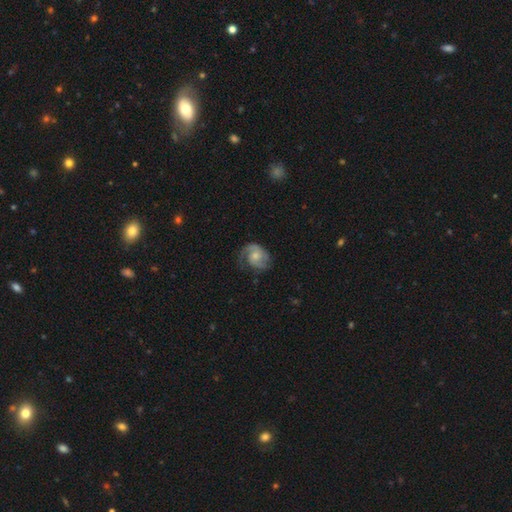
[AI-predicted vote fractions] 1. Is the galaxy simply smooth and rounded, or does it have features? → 77% featured or disk, 17% smooth, 6% star or artifact.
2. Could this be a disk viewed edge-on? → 98% no, 2% yes.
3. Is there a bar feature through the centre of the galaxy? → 67% no, 29% weak, 4% strong.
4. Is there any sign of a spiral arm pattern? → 95% yes, 5% no.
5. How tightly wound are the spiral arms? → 46% medium, 35% tight, 19% loose.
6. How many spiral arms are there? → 65% 2, 16% 1, 9% can't tell, 7% 3, 2% 4, 2% more than 4.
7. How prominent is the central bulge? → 47% small, 42% moderate, 6% none, 3% large, 1% dominant.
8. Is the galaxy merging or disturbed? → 63% none, 22% minor disturbance, 13% major disturbance, 1% merger.